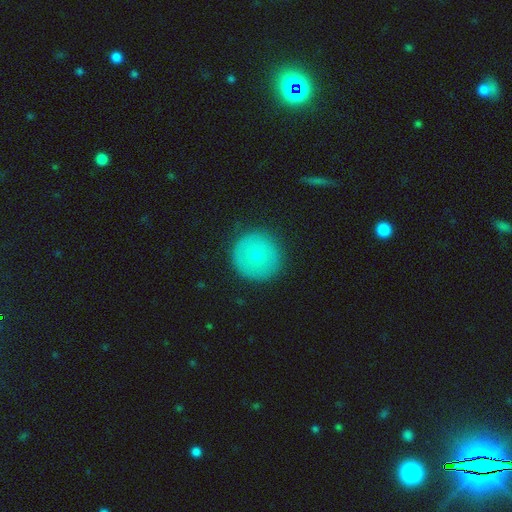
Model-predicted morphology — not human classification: Q: Smooth or featured?
A: smooth (64%); runner-up: featured or disk (29%)
Q: How rounded?
A: round (95%); runner-up: in between (4%)
Q: Merging?
A: none (89%); runner-up: minor disturbance (7%)